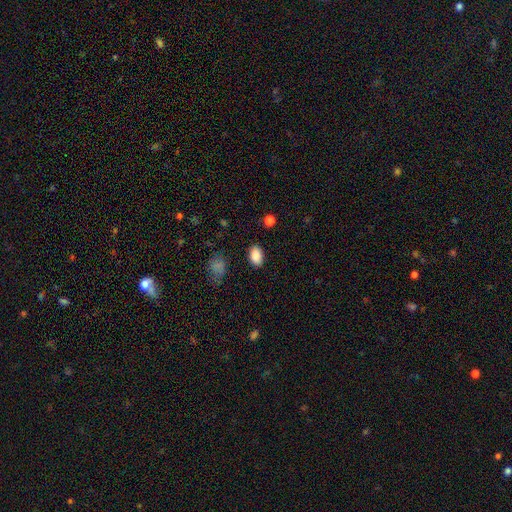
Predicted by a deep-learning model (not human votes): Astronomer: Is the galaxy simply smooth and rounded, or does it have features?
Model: smooth — 88%.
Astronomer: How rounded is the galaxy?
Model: in between — 87%.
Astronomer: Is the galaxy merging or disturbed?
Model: none — 86%.